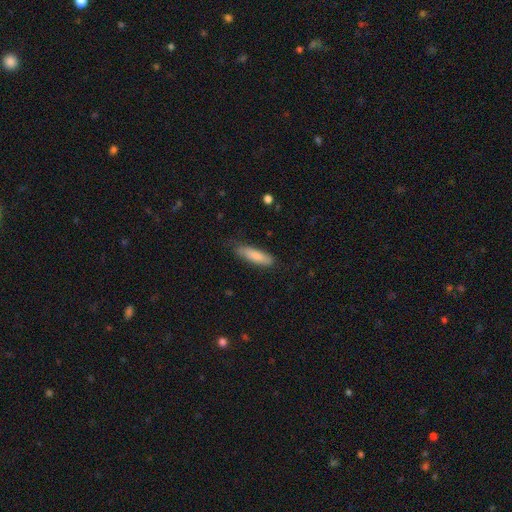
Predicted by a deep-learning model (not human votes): Morphology: type=smooth (82%); roundness=cigar-shaped (63%); merging=none (76%).